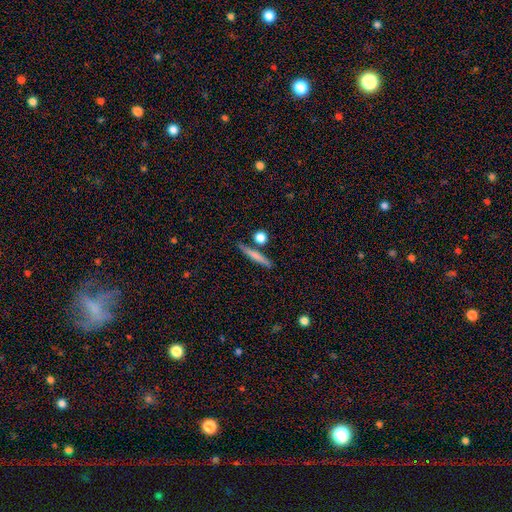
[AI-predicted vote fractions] This appears to be a smooth galaxy with no disk features (68%) that is cigar-shaped (85%). Merging: none (79%).